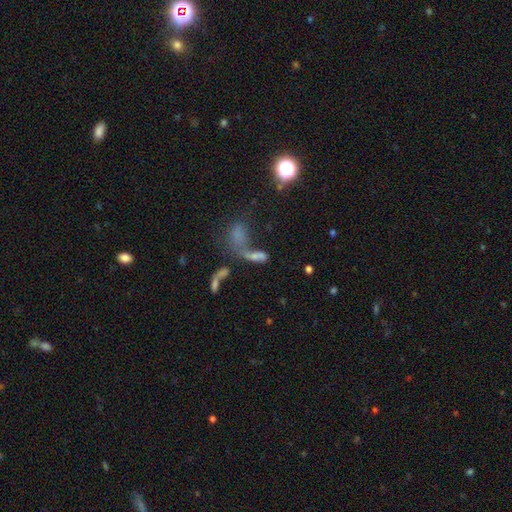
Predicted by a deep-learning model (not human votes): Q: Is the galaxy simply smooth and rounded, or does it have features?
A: smooth — 58%.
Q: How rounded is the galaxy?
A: in between — 69%.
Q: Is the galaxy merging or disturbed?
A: merger — 59%.